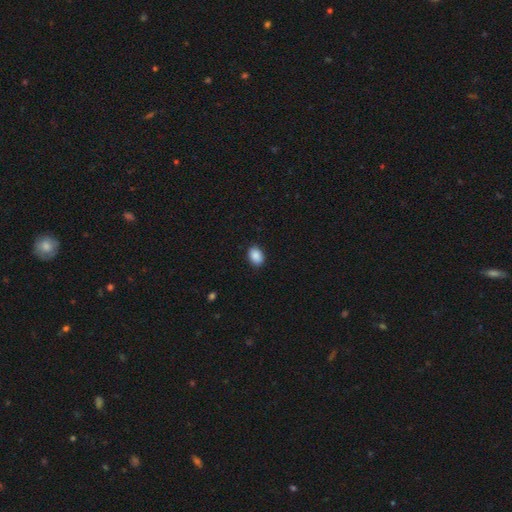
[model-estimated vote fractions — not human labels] smooth-or-featured: smooth: 90% | star or artifact: 8% | featured or disk: 3%
  how-rounded: in between: 79% | round: 20% | cigar-shaped: 1%
  merging: none: 88% | minor disturbance: 9% | major disturbance: 2% | merger: 1%